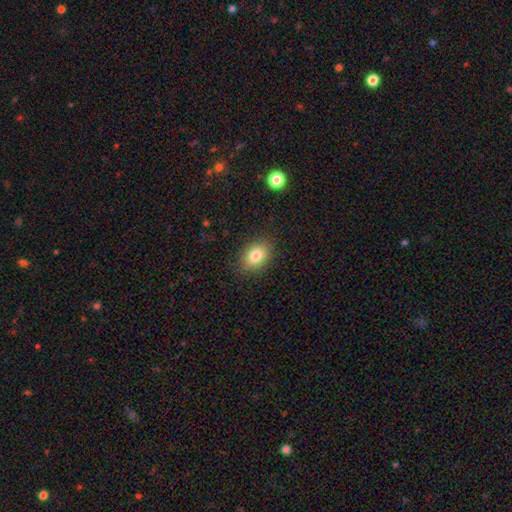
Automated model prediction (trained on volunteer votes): Q: Smooth or featured?
A: smooth (82%); runner-up: star or artifact (9%)
Q: How rounded?
A: in between (71%); runner-up: round (28%)
Q: Merging?
A: none (86%); runner-up: minor disturbance (11%)